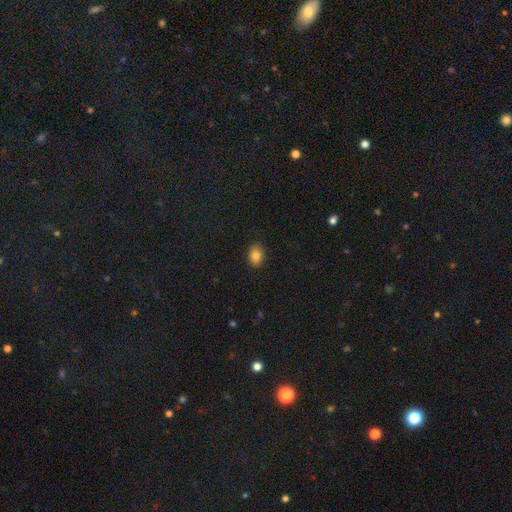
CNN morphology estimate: Smooth or featured? smooth (85%)
How rounded? in between (73%)
Merging? none (89%)